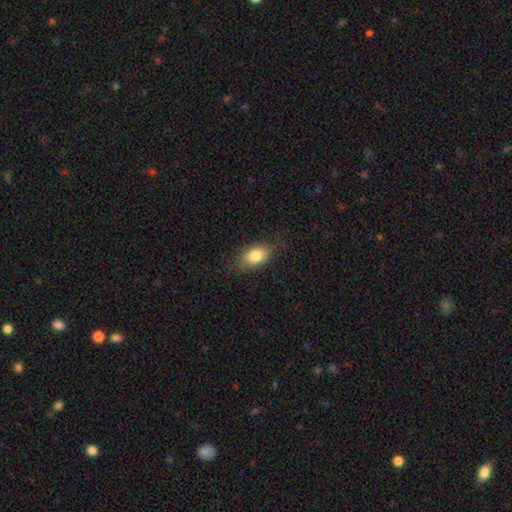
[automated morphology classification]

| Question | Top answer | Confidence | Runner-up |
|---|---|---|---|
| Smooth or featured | smooth | 81% | featured or disk (11%) |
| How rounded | in between | 87% | round (9%) |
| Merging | none | 80% | minor disturbance (15%) |